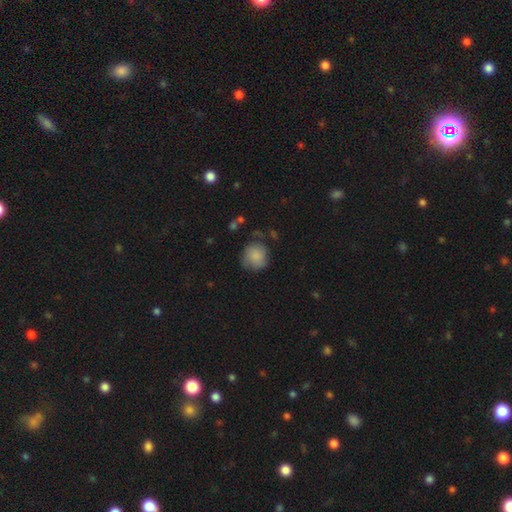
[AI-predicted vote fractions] Q: Smooth or featured?
A: smooth (81%); runner-up: featured or disk (12%)
Q: How rounded?
A: round (86%); runner-up: in between (13%)
Q: Merging?
A: none (63%); runner-up: minor disturbance (25%)